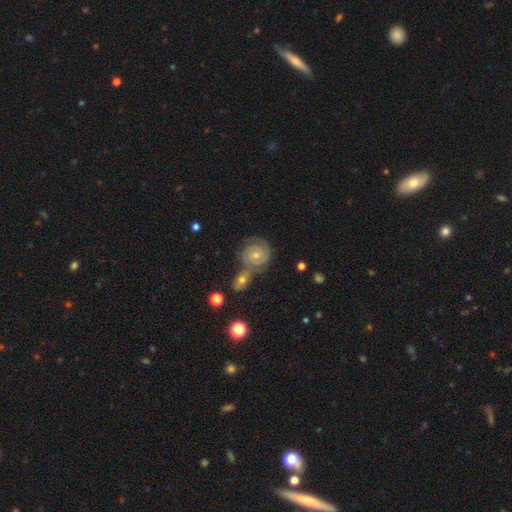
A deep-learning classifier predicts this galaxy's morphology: A featured or disk galaxy (82%) with no bar (64%), 2 (65%) tight (74%) spiral arms (97%) and a small central bulge (50%).

Vote fractions:
- Smooth or featured? featured or disk: 82% / smooth: 11% / star or artifact: 7%
- Edge-on disk? no: 98% / yes: 2%
- Bar? no: 64% / weak: 30% / strong: 6%
- Spiral arms? yes: 97% / no: 3%
- Spiral winding? tight: 74% / medium: 22% / loose: 4%
- Spiral arm count? 2: 65% / 3: 14% / can't tell: 13% / 1: 3% / 4: 3% / more than 4: 2%
- Bulge size? small: 50% / moderate: 45% / none: 2% / large: 2% / dominant: 1%
- Merging? none: 52% / merger: 28% / minor disturbance: 13% / major disturbance: 6%